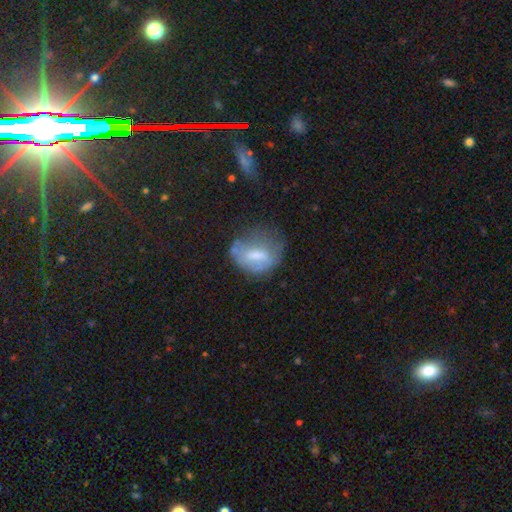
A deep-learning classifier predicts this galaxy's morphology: Q: Smooth or featured?
A: smooth (53%); runner-up: featured or disk (36%)
Q: How rounded?
A: in between (57%); runner-up: round (40%)
Q: Merging?
A: none (41%); runner-up: minor disturbance (30%)